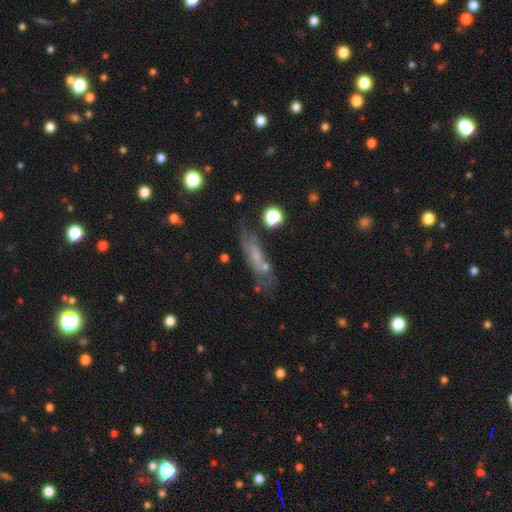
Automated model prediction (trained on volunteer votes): A smooth galaxy with no disk features (50%).

Vote fractions:
- Smooth or featured? smooth: 50% / featured or disk: 38% / star or artifact: 12%
- Merging? none: 58% / minor disturbance: 22% / major disturbance: 11% / merger: 9%